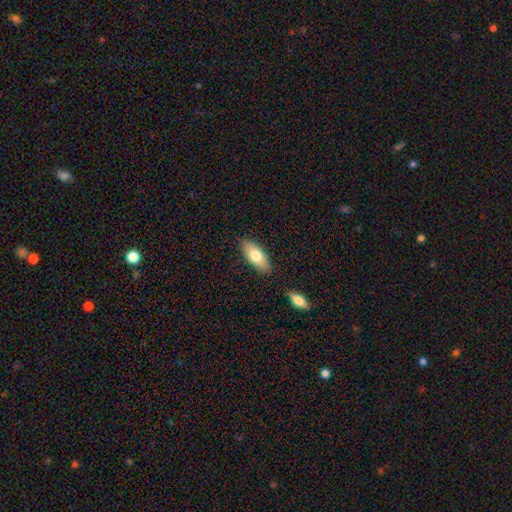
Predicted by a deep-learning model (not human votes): Morphology: type=smooth (75%); roundness=in between (80%); merging=none (86%).